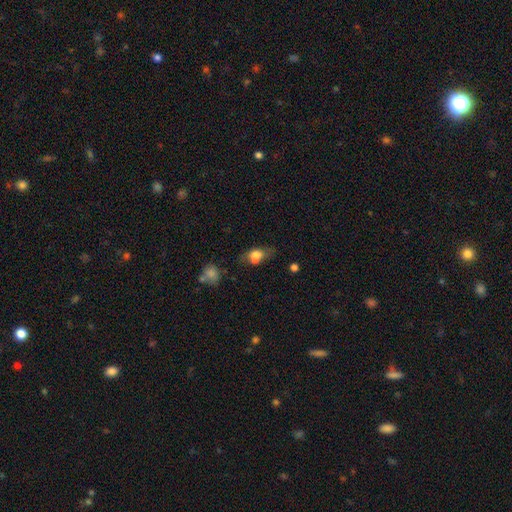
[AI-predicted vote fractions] This appears to be a smooth galaxy with no disk features (68%) that is in between round and cigar-shaped (72%). Merging: none (38%).